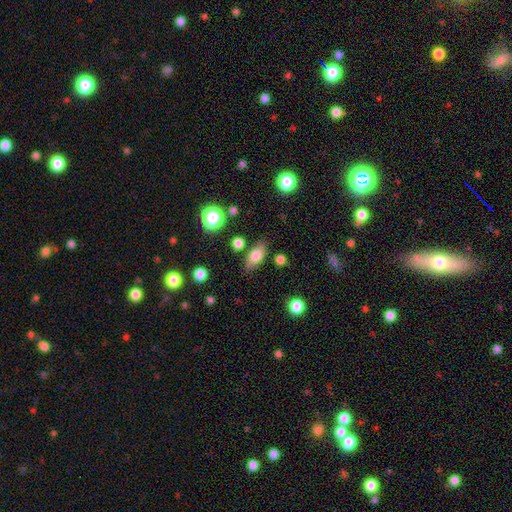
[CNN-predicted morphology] Smooth or featured?
  - smooth: 76% *
  - featured or disk: 15%
  - star or artifact: 9%
How rounded?
  - in between: 84% *
  - cigar-shaped: 9%
  - round: 7%
Merging?
  - none: 79% *
  - minor disturbance: 14%
  - merger: 4%
  - major disturbance: 3%